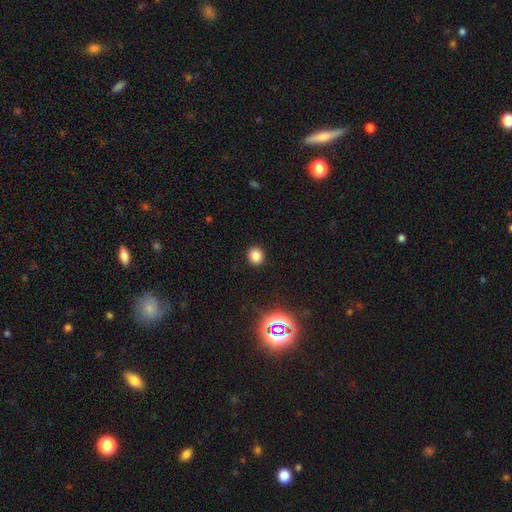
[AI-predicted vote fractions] The model was most divided on "how rounded": round: 72%, in between: 27%, cigar-shaped: 1%. More confident: merging — none (91%); smooth or featured — smooth (80%).